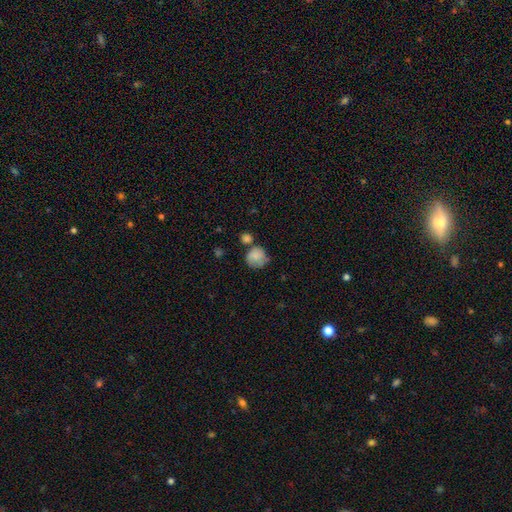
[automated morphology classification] This appears to be a smooth galaxy with no disk features (81%) that is round (82%). Merging: none (47%).